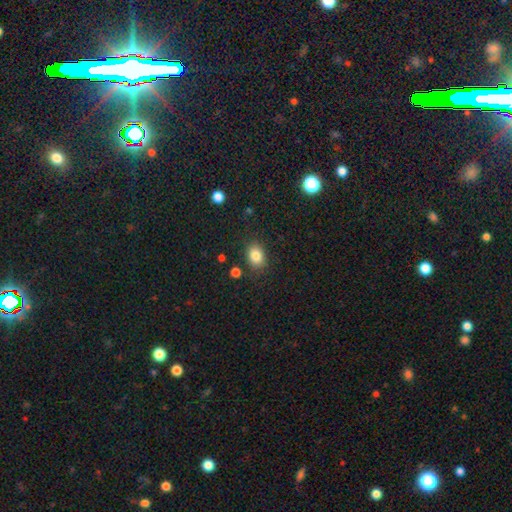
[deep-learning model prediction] The model was most divided on "how rounded": in between: 67%, round: 32%, cigar-shaped: 1%. More confident: smooth or featured — smooth (84%); merging — none (82%).